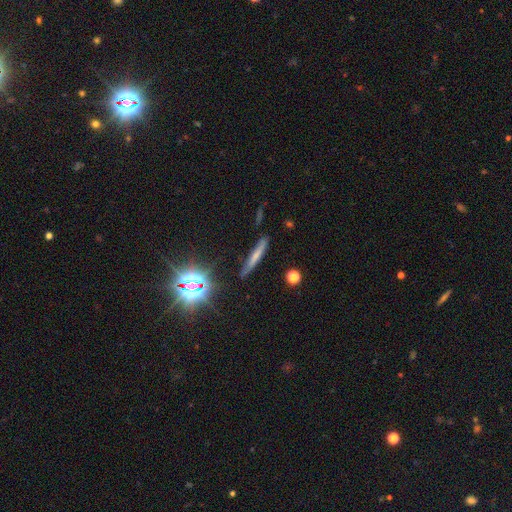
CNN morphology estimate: Smooth or featured?
  - smooth: 56% *
  - featured or disk: 28%
  - star or artifact: 15%
How rounded?
  - cigar-shaped: 92% *
  - in between: 5%
  - round: 3%
Merging?
  - none: 81% *
  - minor disturbance: 13%
  - major disturbance: 3%
  - merger: 3%